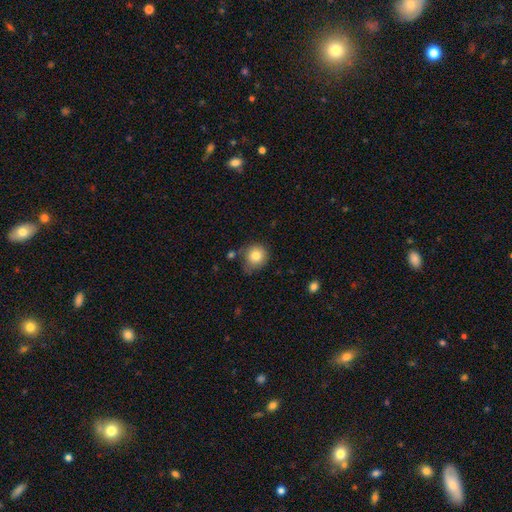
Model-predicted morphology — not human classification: This is clearly a smooth galaxy (81%). How rounded: clearly round (88%). Merging: likely none (67%).